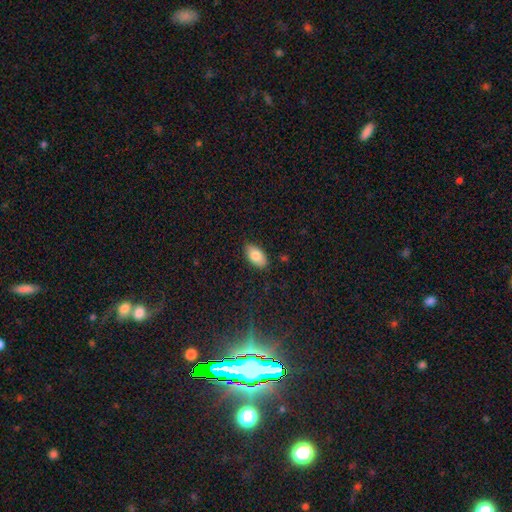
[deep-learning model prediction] Smooth or featured?
  - smooth: 82% *
  - featured or disk: 11%
  - star or artifact: 7%
How rounded?
  - in between: 94% *
  - round: 4%
  - cigar-shaped: 3%
Merging?
  - none: 85% *
  - minor disturbance: 12%
  - major disturbance: 2%
  - merger: 1%